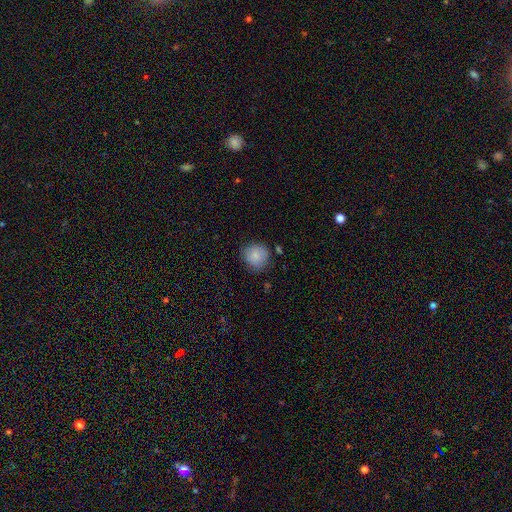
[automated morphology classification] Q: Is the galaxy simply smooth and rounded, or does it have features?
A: smooth — 85%.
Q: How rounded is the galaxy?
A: round — 87%.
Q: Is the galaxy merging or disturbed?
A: none — 75%.